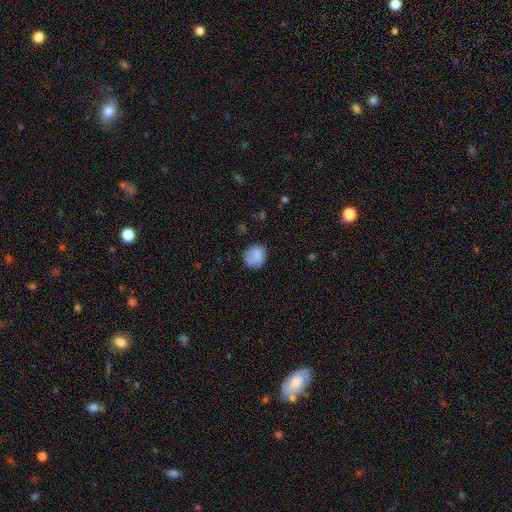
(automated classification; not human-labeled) Smooth or featured: smooth — 81% (featured or disk — 11%)
How rounded: round — 80% (in between — 19%)
Merging: none — 71% (minor disturbance — 20%)